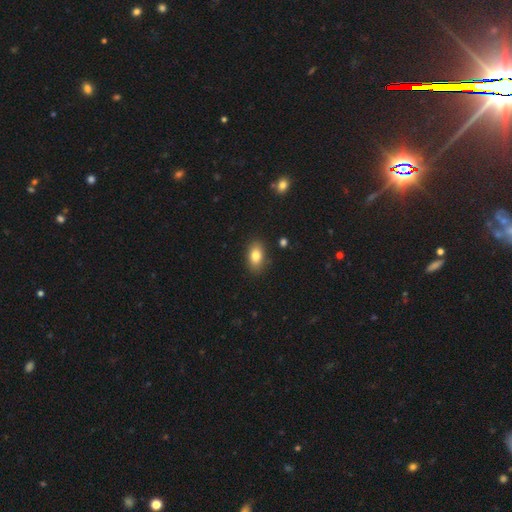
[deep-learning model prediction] Smooth or featured? Predicted: smooth (p=0.82). How rounded? Predicted: in between (p=0.87). Merging? Predicted: none (p=0.86).